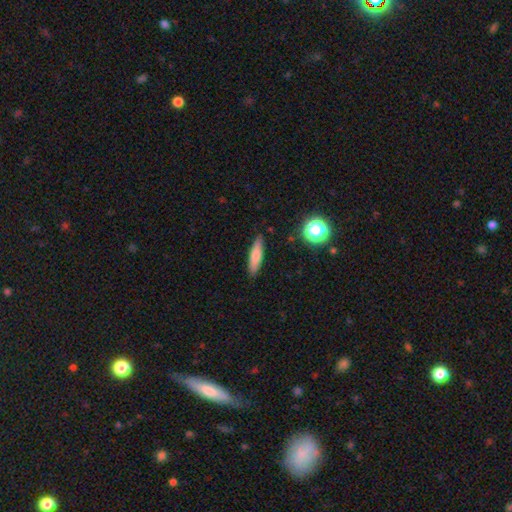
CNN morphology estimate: The model was most divided on "how rounded": cigar-shaped: 73%, in between: 24%, round: 2%. More confident: merging — none (86%); smooth or featured — smooth (74%).